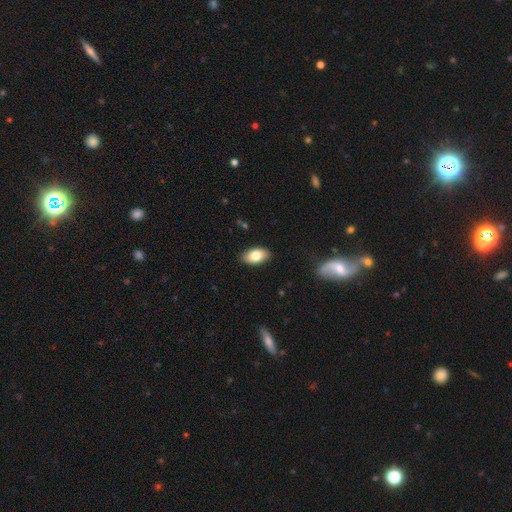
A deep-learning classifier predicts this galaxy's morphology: A smooth galaxy with no disk features (80%) that is in between round and cigar-shaped (93%). Merging: none (87%).